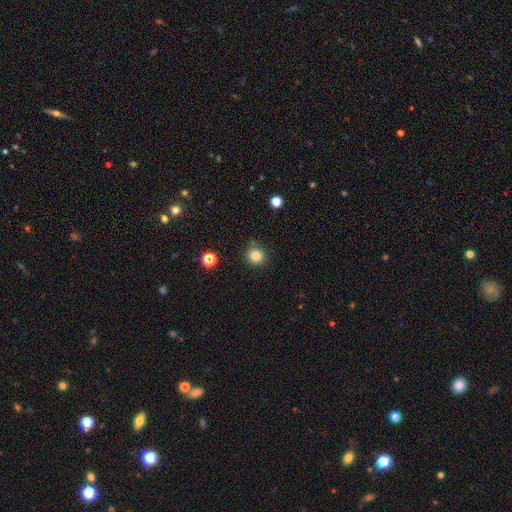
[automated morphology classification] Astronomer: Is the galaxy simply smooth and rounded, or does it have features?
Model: smooth — 83%.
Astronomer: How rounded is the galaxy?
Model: round — 91%.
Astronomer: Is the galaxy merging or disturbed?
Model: none — 85%.